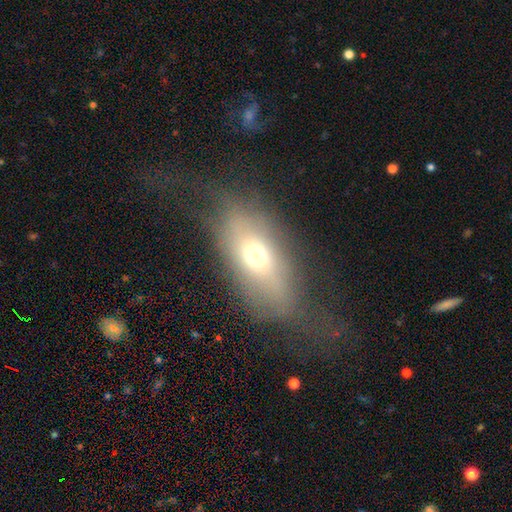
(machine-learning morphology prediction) smooth 55%, featured or disk 34%, star or artifact 11%. Down the decision tree: how rounded — in between (80%); merging — none (43%).